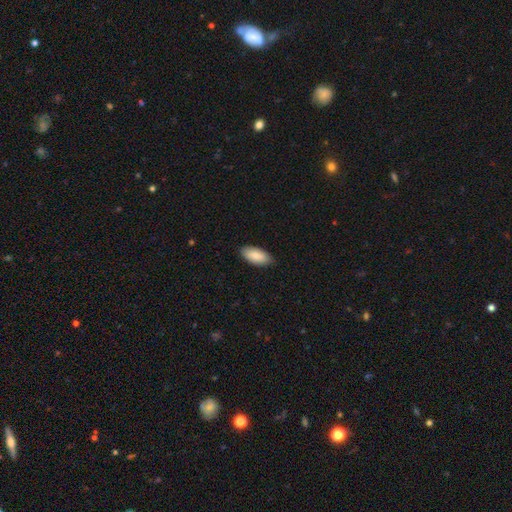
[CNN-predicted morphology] Smooth or featured? Predicted: smooth (p=0.87). How rounded? Predicted: in between (p=0.90). Merging? Predicted: none (p=0.87).